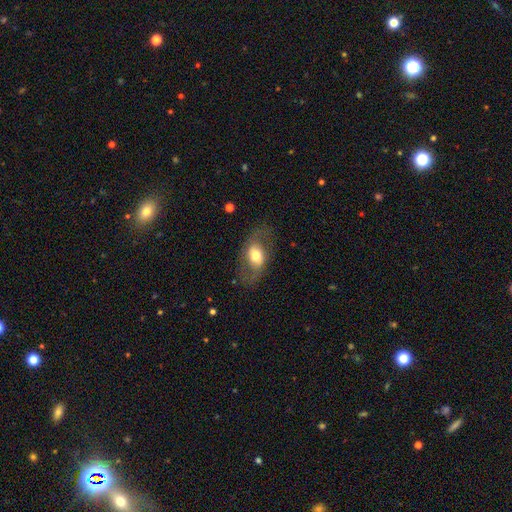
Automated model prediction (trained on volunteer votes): Smooth or featured? featured or disk (49%)
Merging? none (73%)